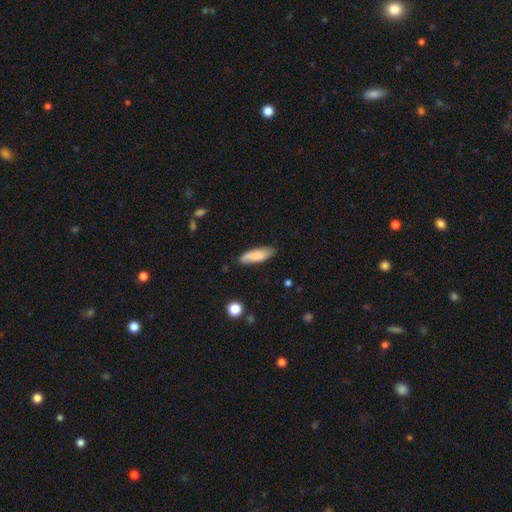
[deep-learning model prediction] The model was most divided on "how rounded": in between: 55%, cigar-shaped: 43%, round: 2%. More confident: smooth or featured — smooth (80%); merging — none (79%).